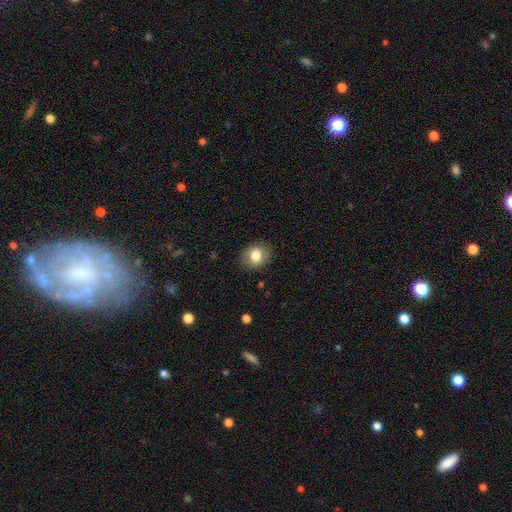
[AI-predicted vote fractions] smooth_or_featured: smooth (p=0.80) [alt: featured or disk p=0.11]
how_rounded: round (p=0.58) [alt: in between p=0.41]
merging: none (p=0.85) [alt: minor disturbance p=0.11]